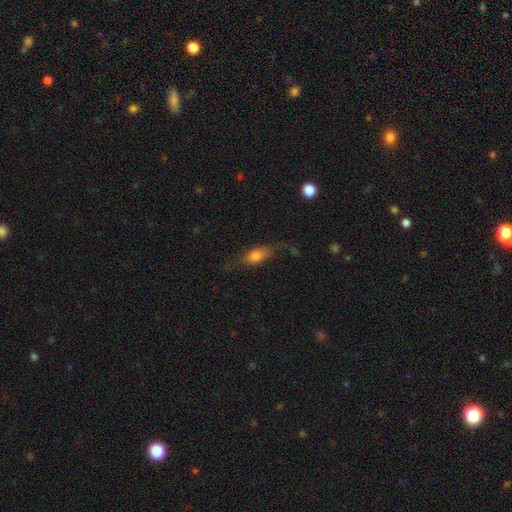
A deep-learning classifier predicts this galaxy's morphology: Q: Smooth or featured?
A: smooth (60%); runner-up: featured or disk (31%)
Q: How rounded?
A: in between (65%); runner-up: cigar-shaped (28%)
Q: Merging?
A: none (58%); runner-up: minor disturbance (23%)